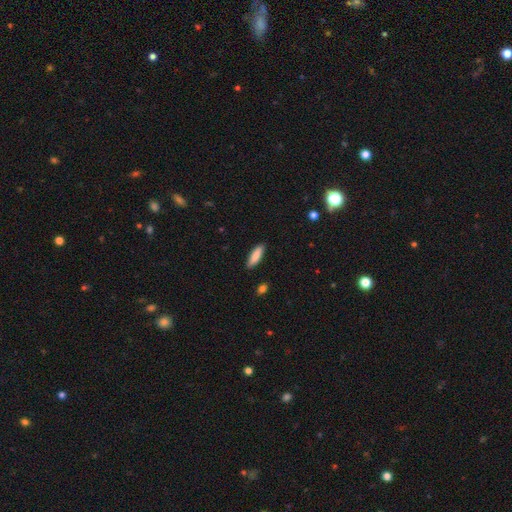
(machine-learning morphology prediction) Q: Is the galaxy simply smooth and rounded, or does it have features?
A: smooth — 84%.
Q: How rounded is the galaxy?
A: cigar-shaped — 52%.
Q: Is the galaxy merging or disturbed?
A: none — 88%.